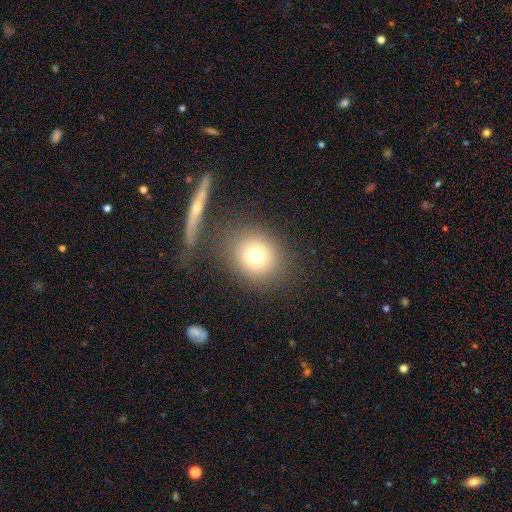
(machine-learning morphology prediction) type=smooth (75%); roundness=round (78%); merging=none (79%).